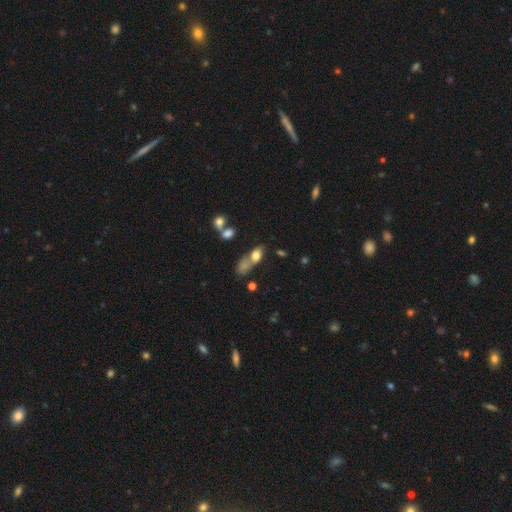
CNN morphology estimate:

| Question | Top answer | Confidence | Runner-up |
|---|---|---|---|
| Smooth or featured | smooth | 73% | featured or disk (14%) |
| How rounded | in between | 75% | round (16%) |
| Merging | merger | 44% | none (32%) |